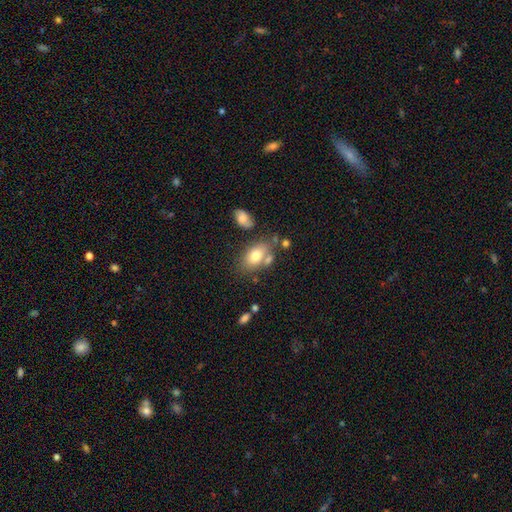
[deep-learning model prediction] The model was most divided on "merging": none: 59%, minor disturbance: 18%, merger: 17%, major disturbance: 6%. More confident: how rounded — in between (87%); smooth or featured — smooth (75%).